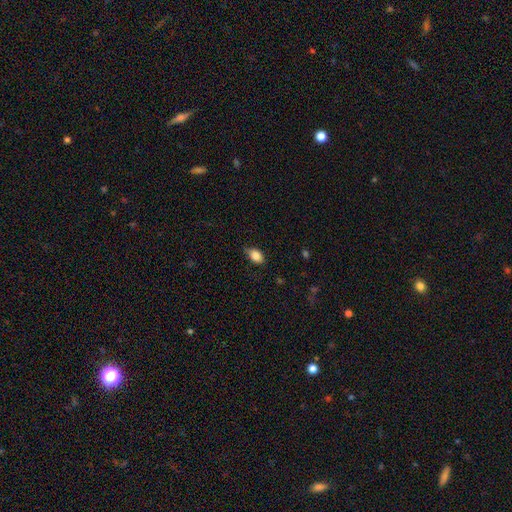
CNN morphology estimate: Smooth or featured? Predicted: smooth (p=0.85). How rounded? Predicted: in between (p=0.87). Merging? Predicted: none (p=0.74).